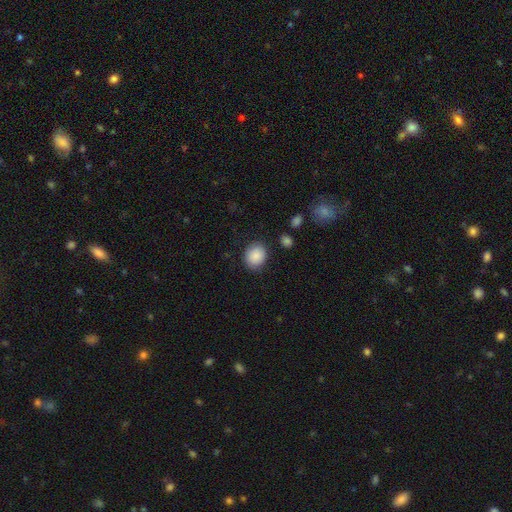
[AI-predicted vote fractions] smooth_or_featured: smooth (p=0.88) [alt: star or artifact p=0.08]
how_rounded: round (p=0.66) [alt: in between p=0.33]
merging: none (p=0.85) [alt: minor disturbance p=0.10]